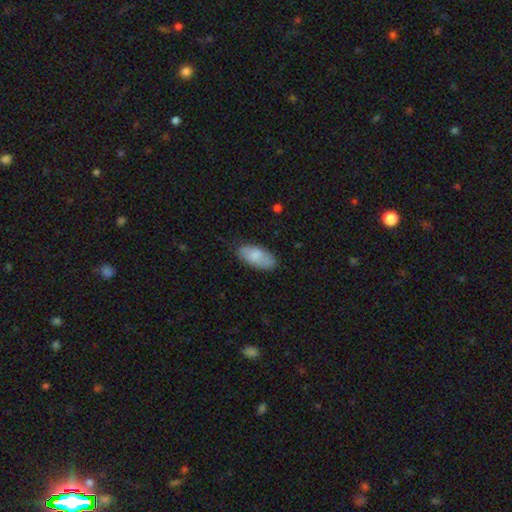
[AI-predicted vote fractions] A smooth galaxy with no disk features (81%) that is in between round and cigar-shaped (91%).

Vote fractions:
- Smooth or featured? smooth: 81% / featured or disk: 13% / star or artifact: 6%
- How rounded? in between: 91% / cigar-shaped: 6% / round: 2%
- Merging? none: 79% / minor disturbance: 17% / major disturbance: 3% / merger: 1%